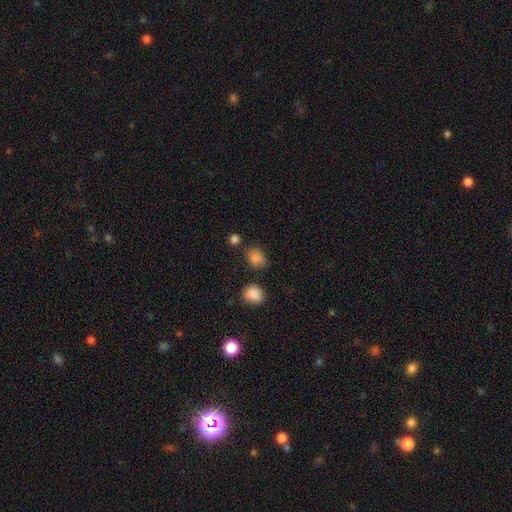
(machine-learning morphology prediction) This is likely a smooth galaxy (80%). How rounded: possibly round (57%). Merging: likely none (73%).